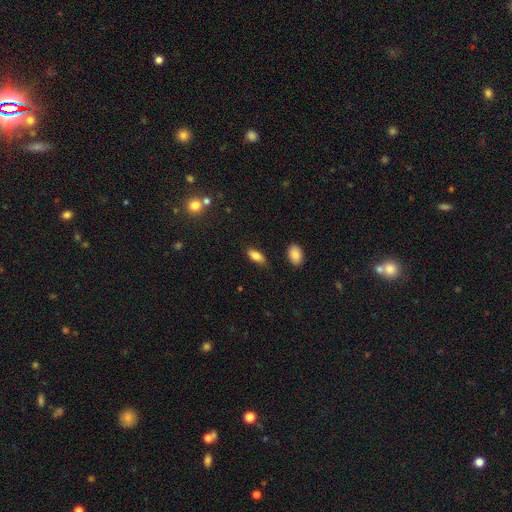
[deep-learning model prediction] smooth-or-featured: smooth: 84% | star or artifact: 8% | featured or disk: 7%
  how-rounded: in between: 85% | cigar-shaped: 13% | round: 3%
  merging: none: 79% | minor disturbance: 15% | major disturbance: 3% | merger: 2%